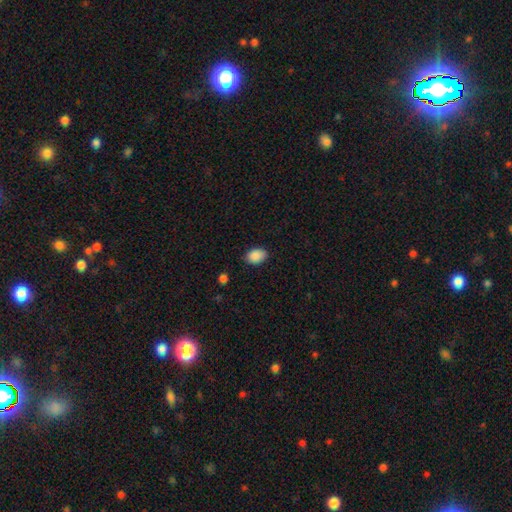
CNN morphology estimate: Q: Smooth or featured?
A: smooth (89%); runner-up: star or artifact (8%)
Q: How rounded?
A: in between (80%); runner-up: round (19%)
Q: Merging?
A: none (83%); runner-up: minor disturbance (13%)